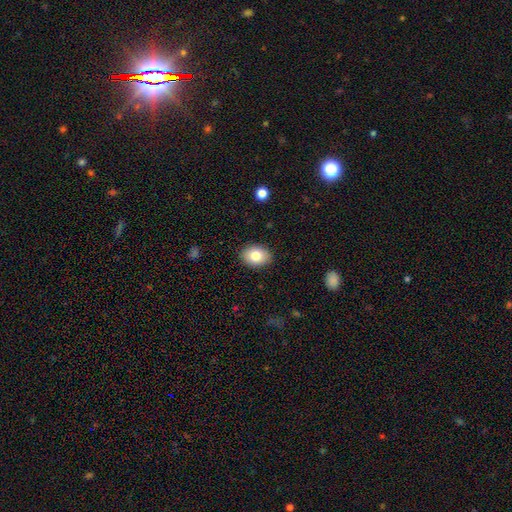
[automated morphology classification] smooth 82%, featured or disk 11%, star or artifact 8%. Down the decision tree: how rounded — in between (68%); merging — none (89%).